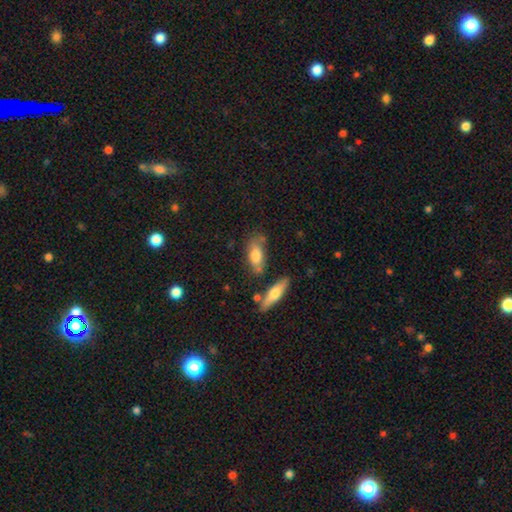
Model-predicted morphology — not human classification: smooth_or_featured: smooth (p=0.74) [alt: featured or disk p=0.20]
how_rounded: in between (p=0.76) [alt: cigar-shaped p=0.20]
merging: none (p=0.59) [alt: minor disturbance p=0.22]